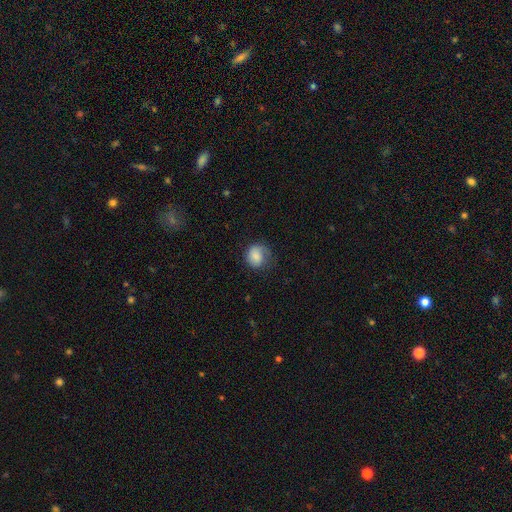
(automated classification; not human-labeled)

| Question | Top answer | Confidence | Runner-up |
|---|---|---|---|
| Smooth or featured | smooth | 68% | featured or disk (24%) |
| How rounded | round | 72% | in between (27%) |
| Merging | none | 53% | minor disturbance (27%) |